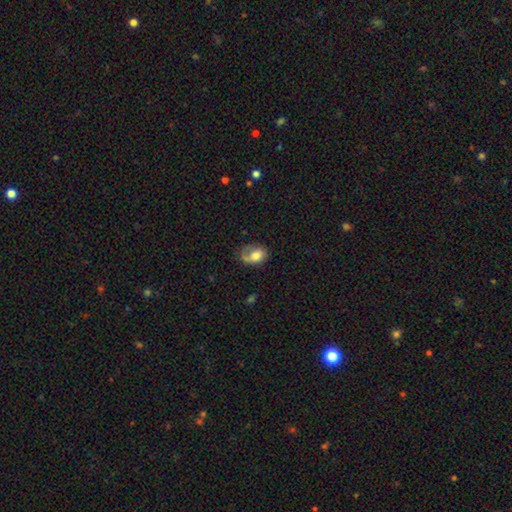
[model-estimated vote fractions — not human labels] Smooth or featured: smooth — 68% (featured or disk — 23%)
How rounded: in between — 75% (round — 24%)
Merging: none — 37% (minor disturbance — 32%)